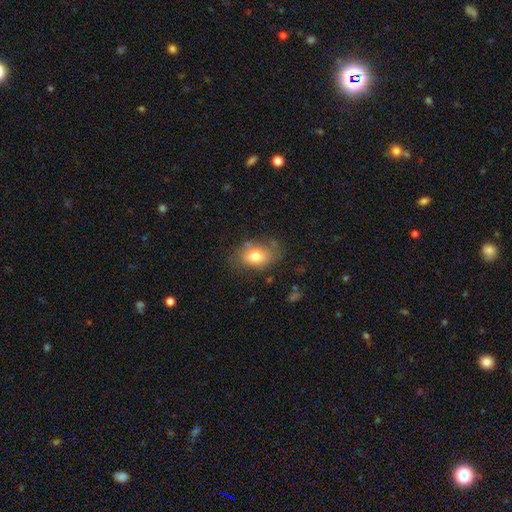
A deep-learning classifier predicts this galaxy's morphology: Smooth or featured?
  - smooth: 77% *
  - featured or disk: 14%
  - star or artifact: 9%
How rounded?
  - in between: 80% *
  - round: 19%
  - cigar-shaped: 1%
Merging?
  - none: 70% *
  - minor disturbance: 20%
  - major disturbance: 6%
  - merger: 3%